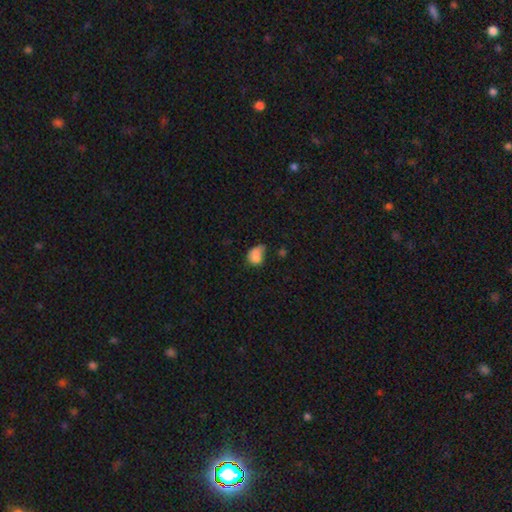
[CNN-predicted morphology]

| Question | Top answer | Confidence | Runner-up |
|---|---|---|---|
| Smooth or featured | smooth | 78% | star or artifact (11%) |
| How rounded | in between | 65% | round (33%) |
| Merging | minor disturbance | 34% | none (31%) |